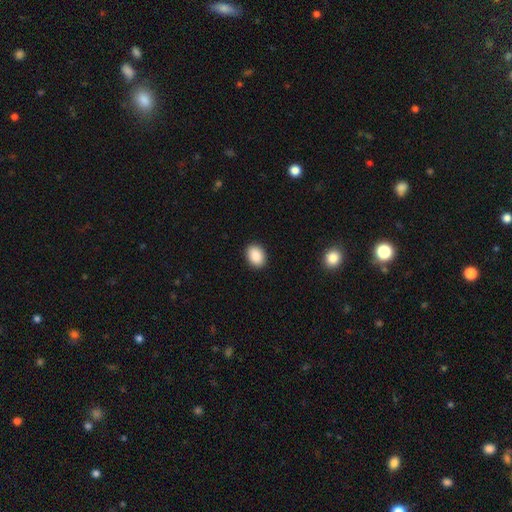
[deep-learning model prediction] This is clearly a smooth galaxy (90%). How rounded: likely in between (71%). Merging: clearly none (91%).